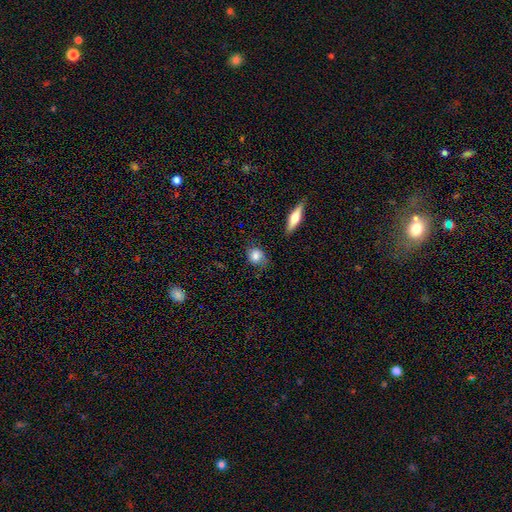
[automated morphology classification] Q: Smooth or featured?
A: smooth (79%); runner-up: featured or disk (13%)
Q: How rounded?
A: round (62%); runner-up: in between (35%)
Q: Merging?
A: none (67%); runner-up: minor disturbance (25%)